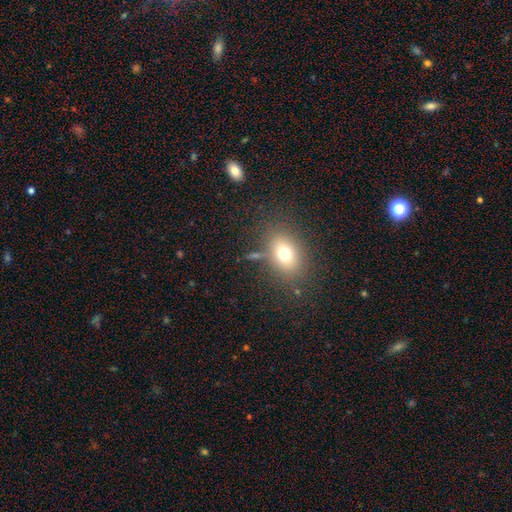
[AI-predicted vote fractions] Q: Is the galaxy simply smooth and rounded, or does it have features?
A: smooth — 71%.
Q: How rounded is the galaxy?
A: in between — 66%.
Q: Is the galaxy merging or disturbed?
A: none — 78%.